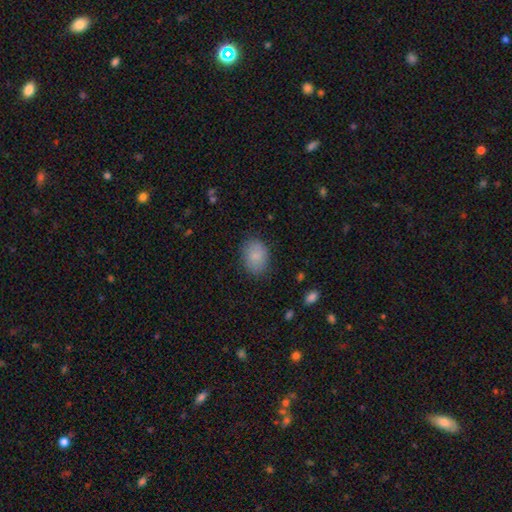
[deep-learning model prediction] smooth_or_featured: smooth (p=0.83) [alt: featured or disk p=0.10]
how_rounded: in between (p=0.70) [alt: round p=0.29]
merging: none (p=0.82) [alt: minor disturbance p=0.14]